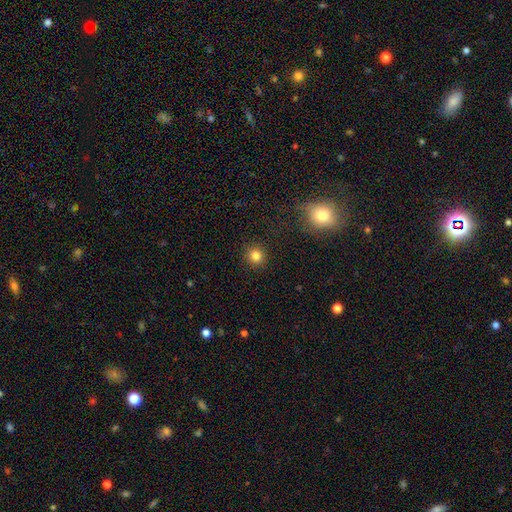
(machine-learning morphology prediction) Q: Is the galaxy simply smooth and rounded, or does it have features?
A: smooth — 81%.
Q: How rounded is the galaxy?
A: round — 92%.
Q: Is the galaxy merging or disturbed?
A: none — 91%.